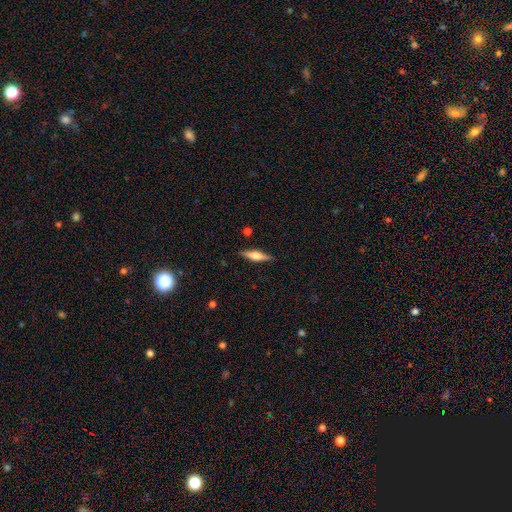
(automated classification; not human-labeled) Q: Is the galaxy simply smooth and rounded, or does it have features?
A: featured or disk — 55%.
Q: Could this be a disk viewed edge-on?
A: yes — 96%.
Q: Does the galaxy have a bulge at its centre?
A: rounded — 80%.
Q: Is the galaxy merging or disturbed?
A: none — 88%.